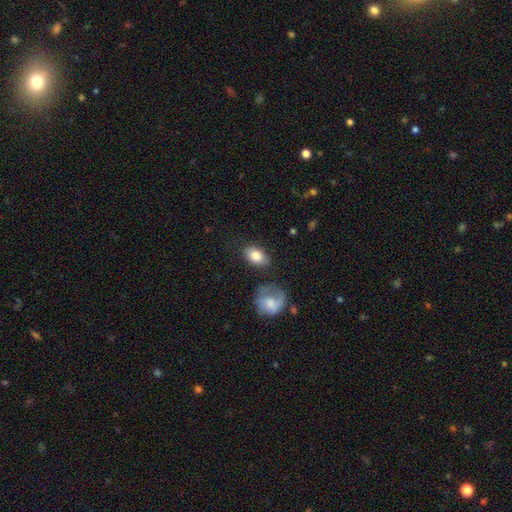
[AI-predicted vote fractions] The model was most divided on "merging": none: 76%, minor disturbance: 15%, major disturbance: 5%, merger: 4%. More confident: how rounded — in between (84%); smooth or featured — smooth (82%).